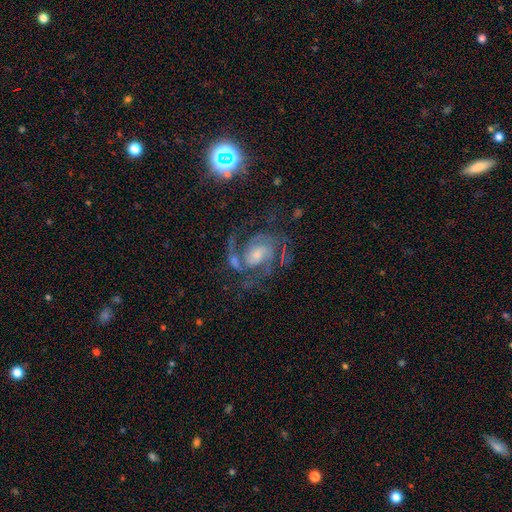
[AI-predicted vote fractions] This appears to be a featured or disk galaxy (87%) with no bar (43%, tied with weak), 2 (59%) medium (51%) spiral arms (98%) and a small central bulge (52%). Merging: none (62%).